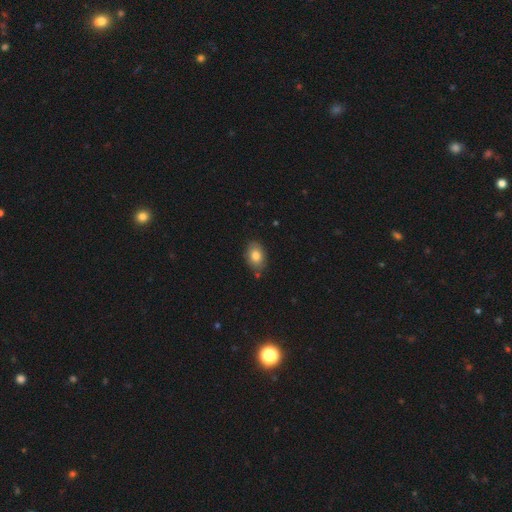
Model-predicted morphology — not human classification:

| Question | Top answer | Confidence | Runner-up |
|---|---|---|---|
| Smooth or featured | smooth | 82% | featured or disk (10%) |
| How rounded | in between | 81% | round (18%) |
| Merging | none | 80% | minor disturbance (14%) |